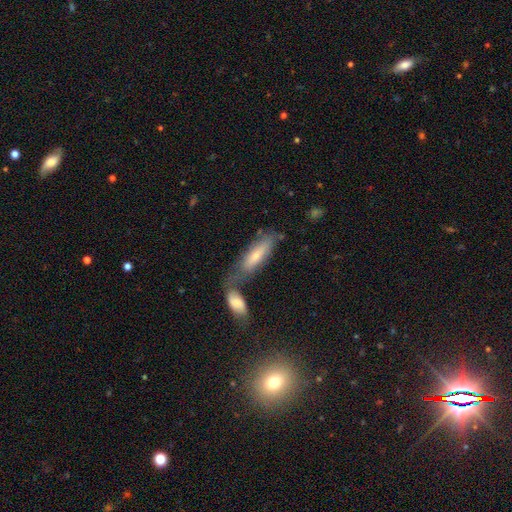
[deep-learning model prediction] Overall: smooth (65%; featured or disk 29%). How rounded: cigar-shaped (53%; in between 45%). Merging: none (42%; merger 38%).